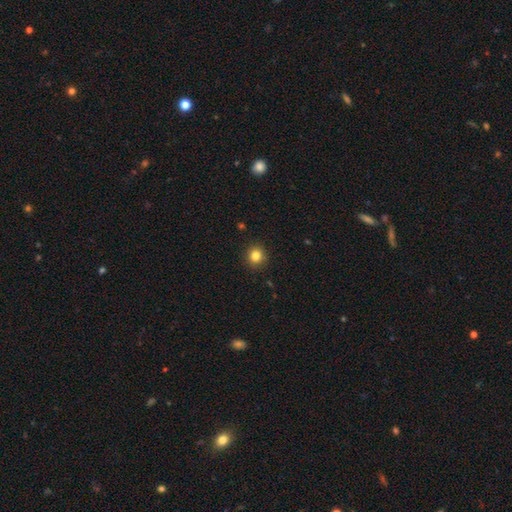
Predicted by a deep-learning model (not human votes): This appears to be a smooth galaxy with no disk features (83%) that is round (91%). Merging: none (92%).